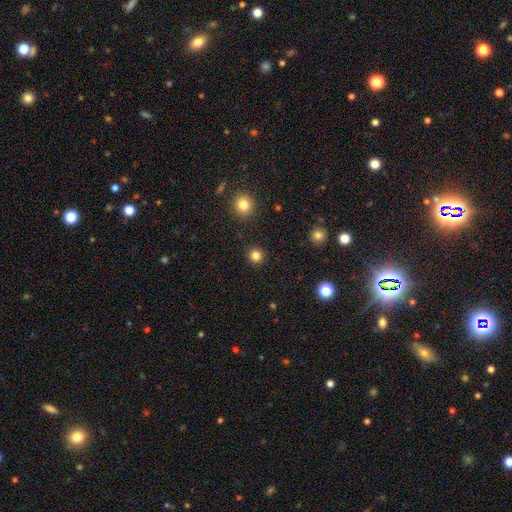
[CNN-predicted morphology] smooth-or-featured: smooth: 83% | star or artifact: 13% | featured or disk: 4%
  how-rounded: round: 94% | in between: 5% | cigar-shaped: 1%
  merging: none: 92% | minor disturbance: 5% | major disturbance: 2% | merger: 1%